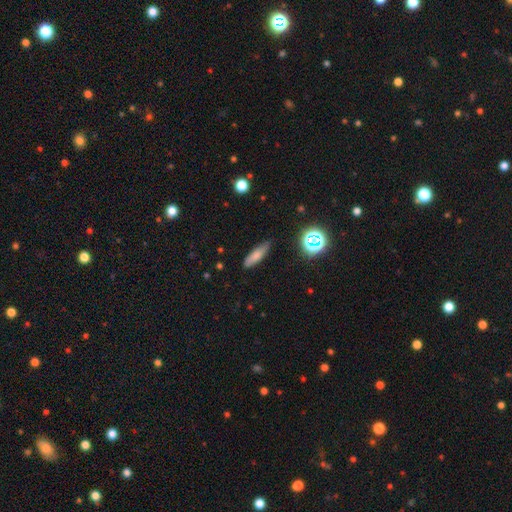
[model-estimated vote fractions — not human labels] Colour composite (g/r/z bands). It shows a smooth galaxy with no disk features (74%) that is cigar-shaped (60%). Merging: none (74%).